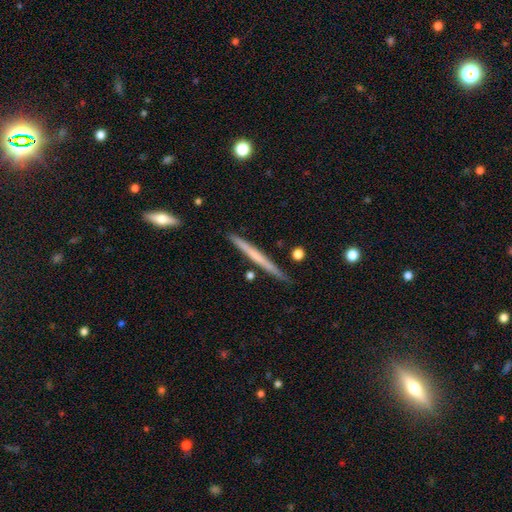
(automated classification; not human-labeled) Smooth or featured?
  - featured or disk: 48% *
  - smooth: 47%
  - star or artifact: 6%
Merging?
  - none: 88% *
  - minor disturbance: 9%
  - merger: 2%
  - major disturbance: 1%